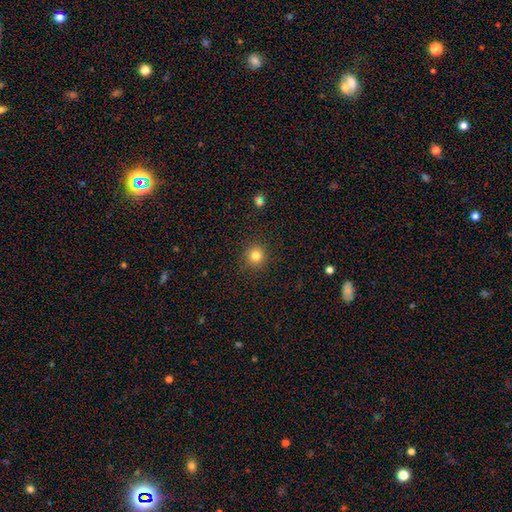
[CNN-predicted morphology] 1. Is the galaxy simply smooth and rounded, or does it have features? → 81% smooth, 13% star or artifact, 6% featured or disk.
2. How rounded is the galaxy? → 93% round, 6% in between, 1% cigar-shaped.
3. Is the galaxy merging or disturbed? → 90% none, 7% minor disturbance, 2% major disturbance, 1% merger.